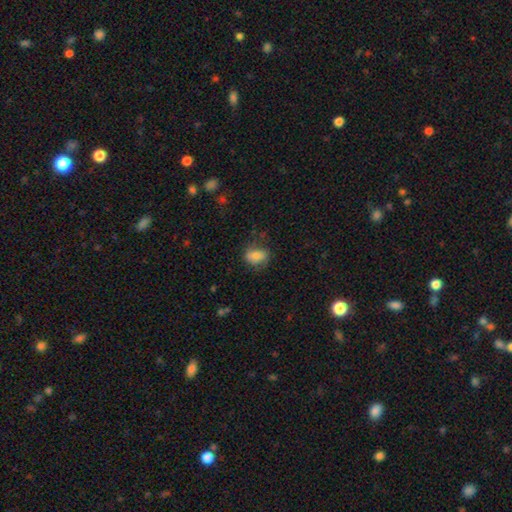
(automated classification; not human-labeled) smooth_or_featured: smooth (p=0.70) [alt: featured or disk p=0.22]
how_rounded: in between (p=0.65) [alt: round p=0.33]
merging: none (p=0.67) [alt: minor disturbance p=0.22]